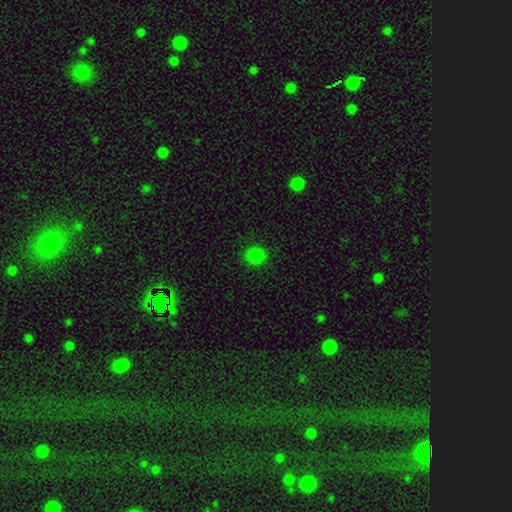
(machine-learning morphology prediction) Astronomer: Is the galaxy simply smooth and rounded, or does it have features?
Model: smooth — 83%.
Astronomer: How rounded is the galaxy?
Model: round — 82%.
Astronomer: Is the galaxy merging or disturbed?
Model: none — 90%.